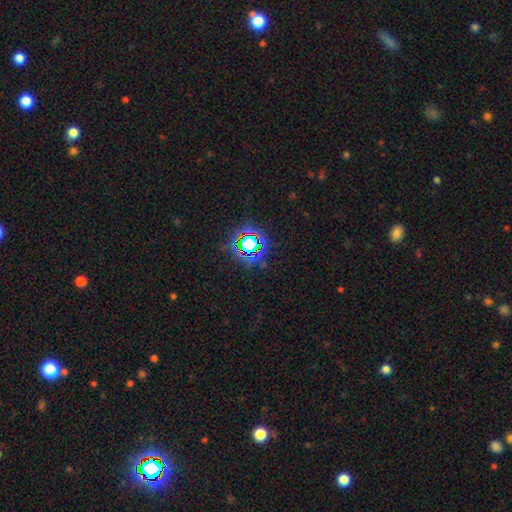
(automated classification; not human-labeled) Smooth or featured? Predicted: star or artifact (p=0.75).